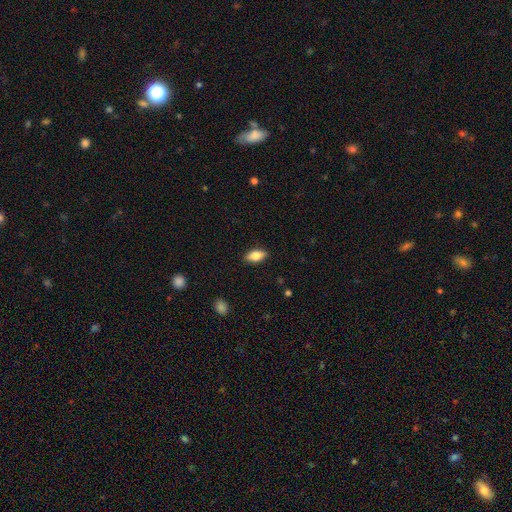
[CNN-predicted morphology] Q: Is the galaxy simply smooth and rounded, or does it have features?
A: smooth — 75%.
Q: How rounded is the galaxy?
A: in between — 87%.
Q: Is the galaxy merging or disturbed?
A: none — 87%.